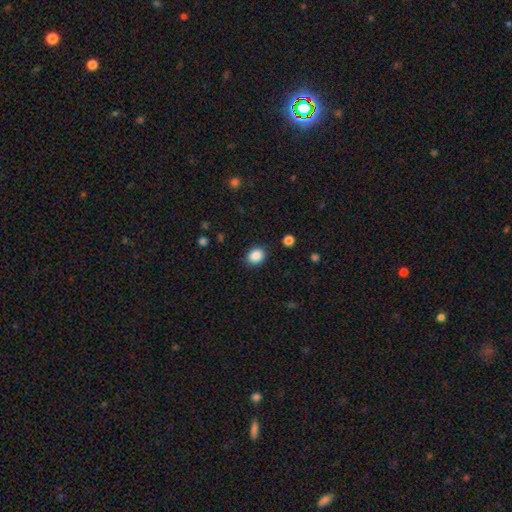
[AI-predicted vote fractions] Q: Smooth or featured?
A: smooth (87%); runner-up: star or artifact (10%)
Q: How rounded?
A: round (63%); runner-up: in between (36%)
Q: Merging?
A: none (86%); runner-up: minor disturbance (10%)